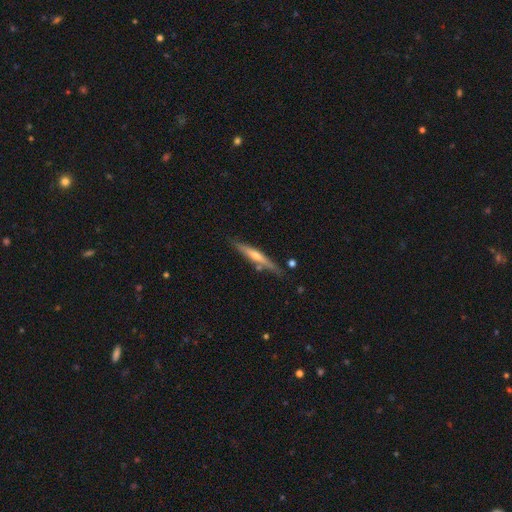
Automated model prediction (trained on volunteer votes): This is likely a featured or disk galaxy (65%). It is clearly viewed edge-on (96%). Edge-on bulge: likely rounded (75%). Merging: likely none (80%).